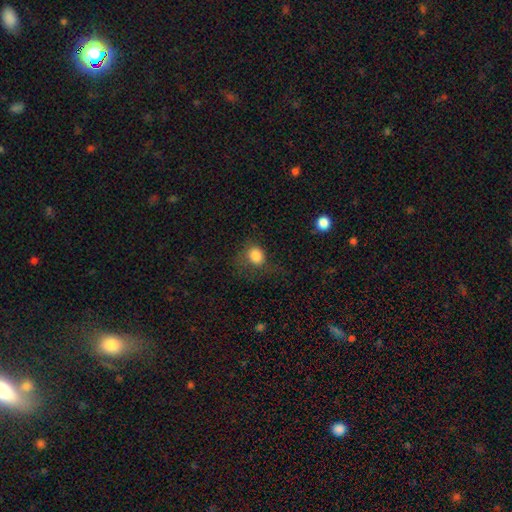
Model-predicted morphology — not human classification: A smooth galaxy with no disk features (83%) that is round (71%).

Vote fractions:
- Smooth or featured? smooth: 83% / star or artifact: 11% / featured or disk: 7%
- How rounded? round: 71% / in between: 28% / cigar-shaped: 1%
- Merging? none: 51% / minor disturbance: 23% / major disturbance: 23% / merger: 3%